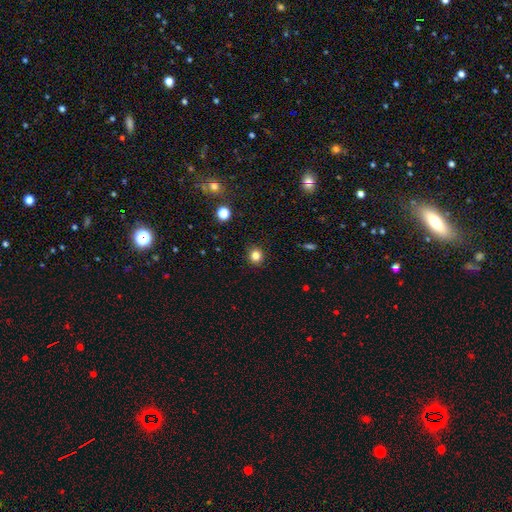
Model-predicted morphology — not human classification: Smooth or featured? smooth (82%)
How rounded? round (86%)
Merging? none (90%)